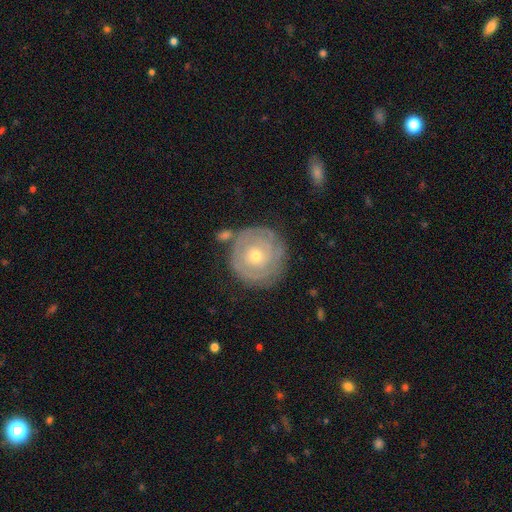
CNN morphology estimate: Smooth or featured? Predicted: featured or disk (p=0.71). Edge-on disk? Predicted: no (p=0.97). Bar? Predicted: no (p=0.86). Spiral arms? Predicted: yes (p=0.78). Spiral winding? Predicted: tight (p=0.86). Spiral arm count? Predicted: can't tell (p=0.47). Bulge size? Predicted: small (p=0.59). Merging? Predicted: none (p=0.77).